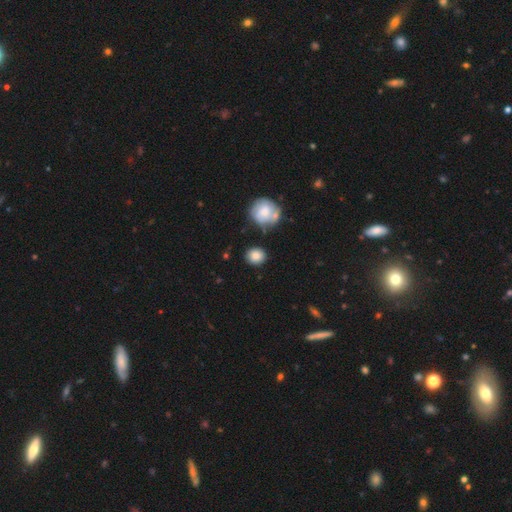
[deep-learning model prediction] Smooth or featured? Predicted: smooth (p=0.84). How rounded? Predicted: round (p=0.81). Merging? Predicted: none (p=0.82).